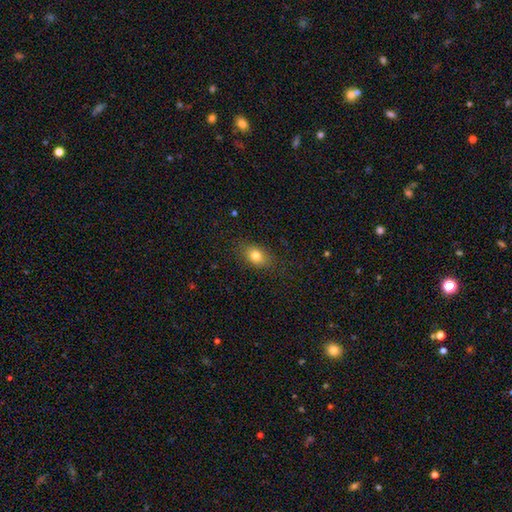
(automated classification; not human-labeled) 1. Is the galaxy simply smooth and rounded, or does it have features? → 79% smooth, 11% star or artifact, 10% featured or disk.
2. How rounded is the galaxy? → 72% in between, 25% round, 3% cigar-shaped.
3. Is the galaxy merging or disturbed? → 83% none, 13% minor disturbance, 4% major disturbance, 1% merger.